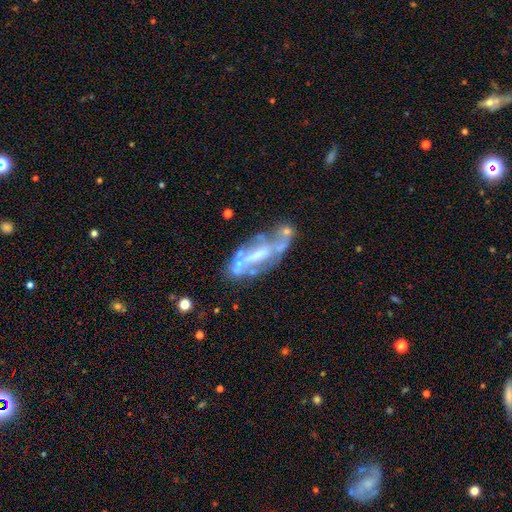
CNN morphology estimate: smooth-or-featured: featured or disk: 72% | smooth: 18% | star or artifact: 10%
  disk-edge-on: no: 84% | yes: 16%
    bar: no: 37% (tied) | strong: 37% (tied) | weak: 26%
    has-spiral-arms: no: 62% | yes: 38%
    bulge-size: none: 38% | moderate: 28% | small: 25% | large: 7% | dominant: 2%
  merging: none: 38% | major disturbance: 22% | merger: 20% | minor disturbance: 20%